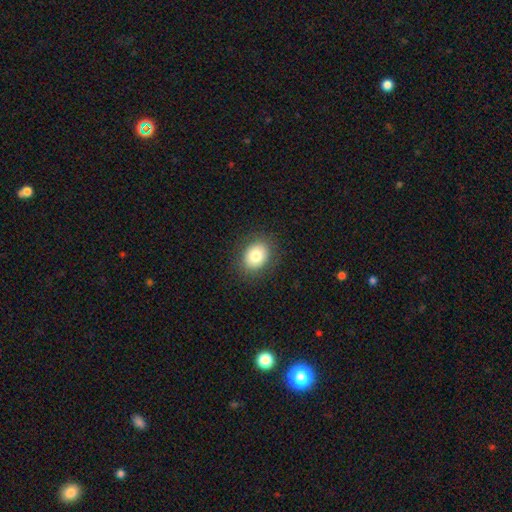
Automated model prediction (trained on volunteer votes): A smooth galaxy with no disk features (81%) that is in between round and cigar-shaped (52%). Merging: none (87%).